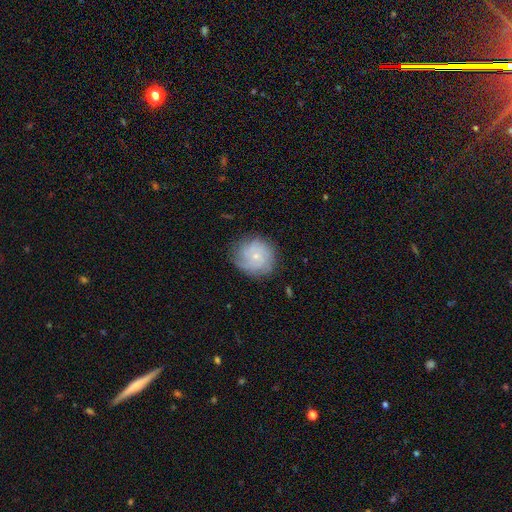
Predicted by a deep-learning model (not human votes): featured or disk 58%, smooth 34%, star or artifact 9%. Down the decision tree: edge-on disk — no (98%); bar — no (82%); spiral arms — yes (87%); bulge size — small (76%); merging — none (75%).